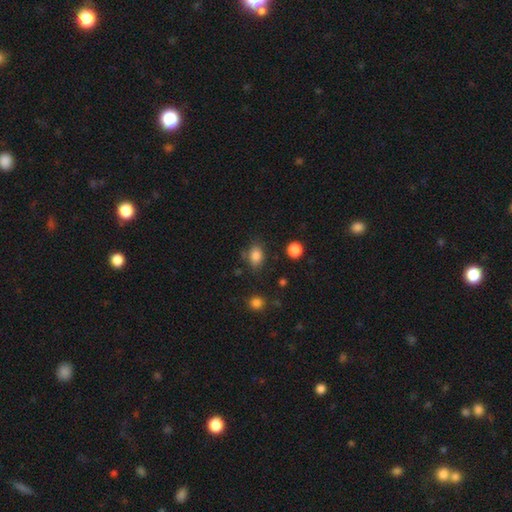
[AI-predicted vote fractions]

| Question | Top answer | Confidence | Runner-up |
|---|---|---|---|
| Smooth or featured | smooth | 83% | star or artifact (11%) |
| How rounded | in between | 73% | round (26%) |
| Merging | none | 74% | minor disturbance (16%) |